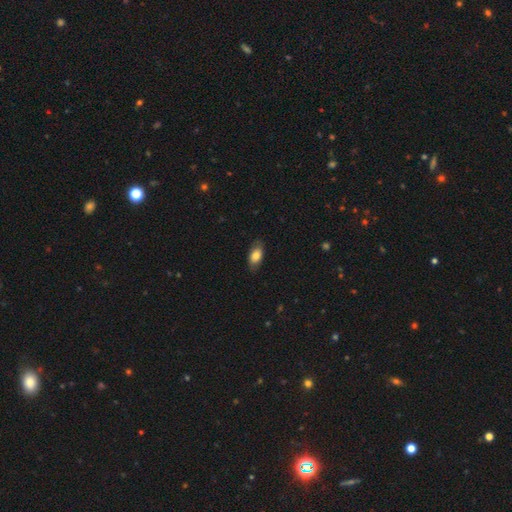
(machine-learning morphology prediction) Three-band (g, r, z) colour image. It shows a smooth galaxy with no disk features (80%) that is in between round and cigar-shaped (90%). Merging: none (81%).